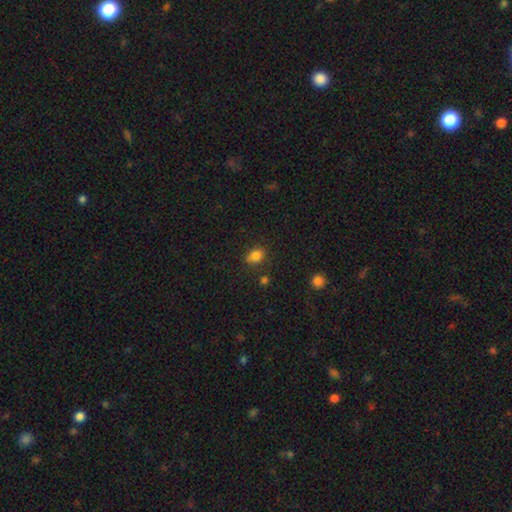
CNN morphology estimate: This is clearly a smooth galaxy (81%). How rounded: likely in between (60%). Merging: likely none (67%).